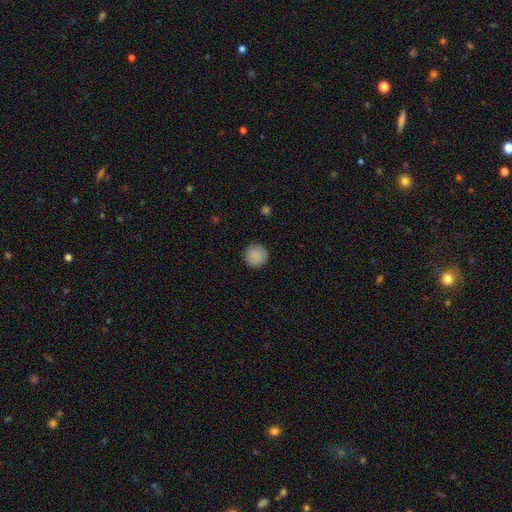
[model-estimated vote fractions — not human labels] Smooth or featured? Predicted: smooth (p=0.88). How rounded? Predicted: round (p=0.94). Merging? Predicted: none (p=0.89).